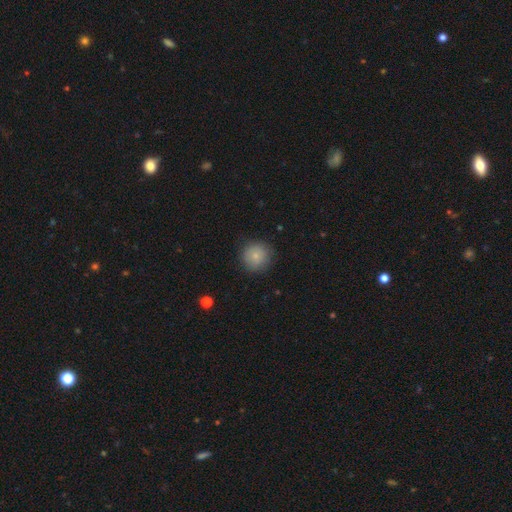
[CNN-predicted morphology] A smooth galaxy with no disk features (81%) that is round (93%).

Vote fractions:
- Smooth or featured? smooth: 81% / featured or disk: 10% / star or artifact: 9%
- How rounded? round: 93% / in between: 6% / cigar-shaped: 1%
- Merging? none: 84% / minor disturbance: 11% / major disturbance: 3% / merger: 1%